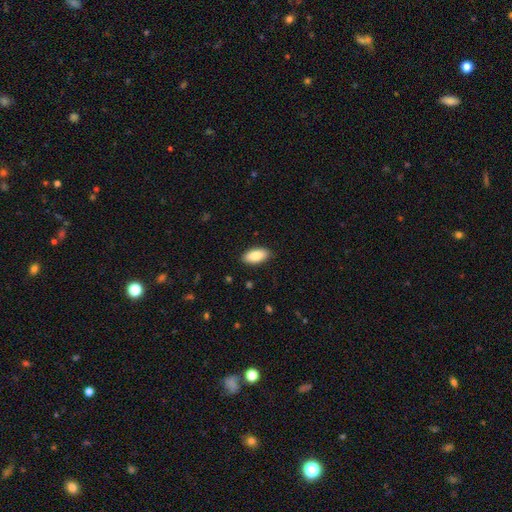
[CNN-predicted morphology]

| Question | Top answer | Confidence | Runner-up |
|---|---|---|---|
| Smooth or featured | smooth | 86% | featured or disk (8%) |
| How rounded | in between | 91% | cigar-shaped (6%) |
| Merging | none | 89% | minor disturbance (8%) |